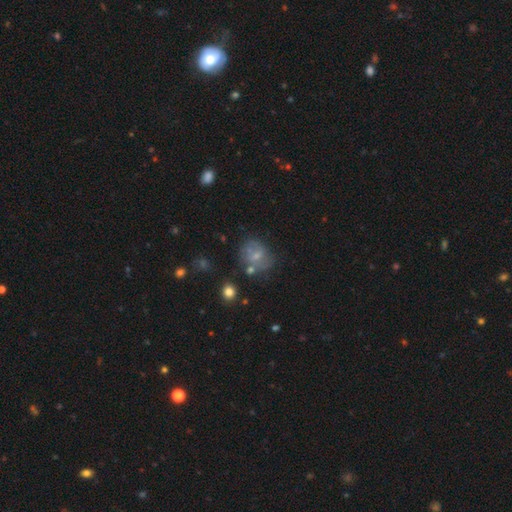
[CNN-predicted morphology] Q: Smooth or featured?
A: smooth (51%); runner-up: featured or disk (36%)
Q: How rounded?
A: round (63%); runner-up: in between (36%)
Q: Merging?
A: none (52%); runner-up: minor disturbance (24%)